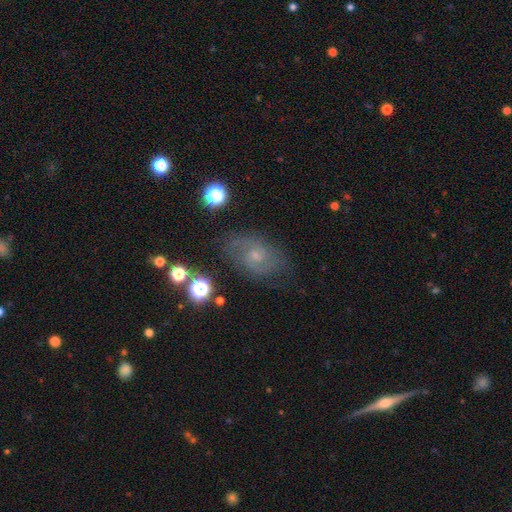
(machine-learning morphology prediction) A featured or disk galaxy (61%) with no bar (68%), 2 (59%) medium (44%) spiral arms (86%) and a small central bulge (65%).

Vote fractions:
- Smooth or featured? featured or disk: 61% / smooth: 24% / star or artifact: 15%
- Edge-on disk? no: 96% / yes: 4%
- Bar? no: 68% / weak: 28% / strong: 4%
- Spiral arms? yes: 86% / no: 14%
- Spiral winding? medium: 44% / tight: 38% / loose: 18%
- Spiral arm count? 2: 59% / can't tell: 27% / 3: 5% / 1: 4% / 4: 2% / more than 4: 2%
- Bulge size? small: 65% / moderate: 28% / none: 4% / large: 2% / dominant: 1%
- Merging? none: 71% / minor disturbance: 19% / major disturbance: 8% / merger: 2%